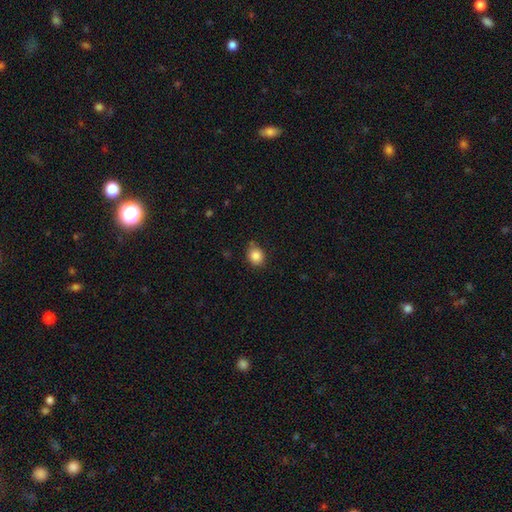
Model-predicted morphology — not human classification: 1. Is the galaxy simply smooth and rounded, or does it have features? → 86% smooth, 10% star or artifact, 5% featured or disk.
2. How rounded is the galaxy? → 65% round, 34% in between, 1% cigar-shaped.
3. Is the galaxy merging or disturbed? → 76% none, 19% minor disturbance, 3% major disturbance, 2% merger.